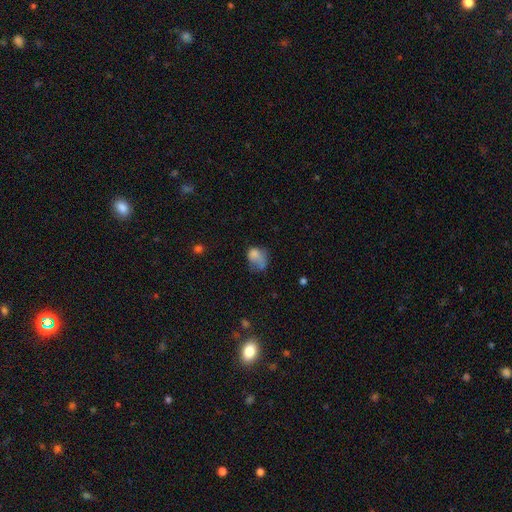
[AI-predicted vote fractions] Smooth or featured? Predicted: smooth (p=0.71). How rounded? Predicted: in between (p=0.65). Merging? Predicted: major disturbance (p=0.33).